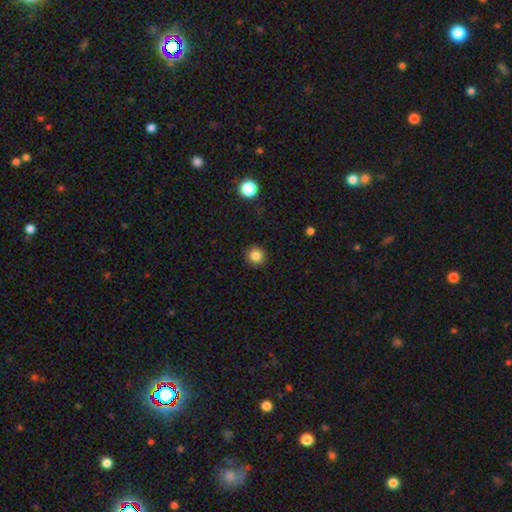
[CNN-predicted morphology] Overall: smooth (84%). How rounded: round (93%). Merging: none (92%).